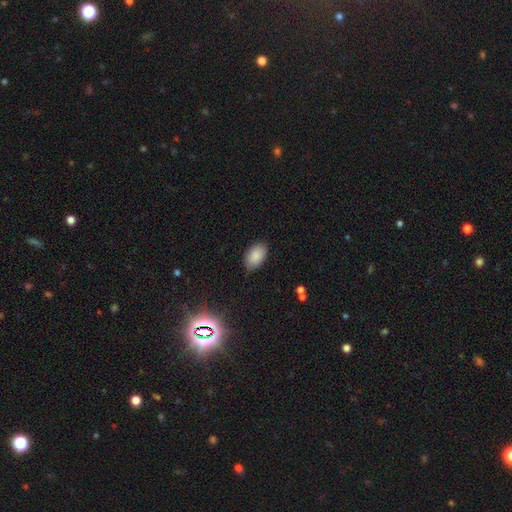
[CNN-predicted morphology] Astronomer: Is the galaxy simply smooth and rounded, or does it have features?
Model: smooth — 87%.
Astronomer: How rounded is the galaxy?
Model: in between — 92%.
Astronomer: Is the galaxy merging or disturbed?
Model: none — 81%.